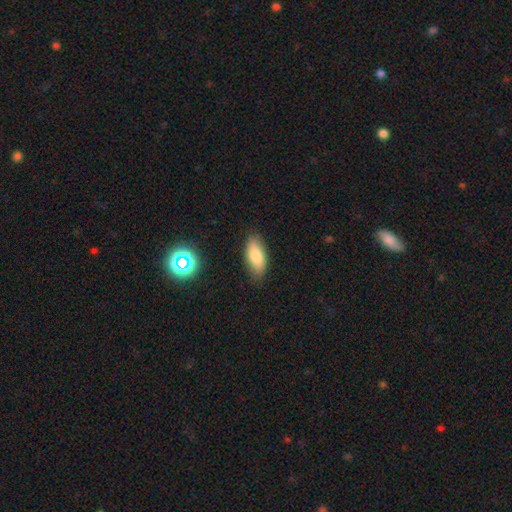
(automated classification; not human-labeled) Morphology: type=smooth (78%); roundness=in between (84%); merging=none (84%).